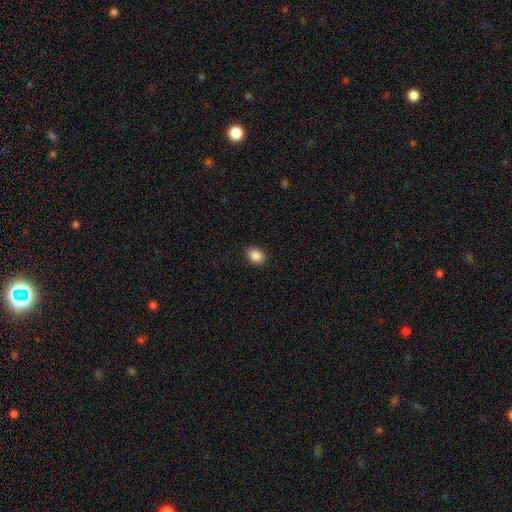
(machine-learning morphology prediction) smooth_or_featured: smooth (p=0.88) [alt: star or artifact p=0.09]
how_rounded: in between (p=0.67) [alt: round p=0.32]
merging: none (p=0.88) [alt: minor disturbance p=0.09]